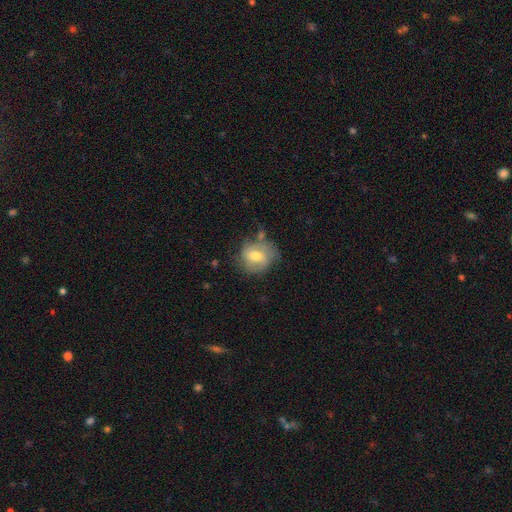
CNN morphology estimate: smooth_or_featured: smooth (p=0.48) [alt: featured or disk p=0.44]
merging: none (p=0.57) [alt: minor disturbance p=0.26]